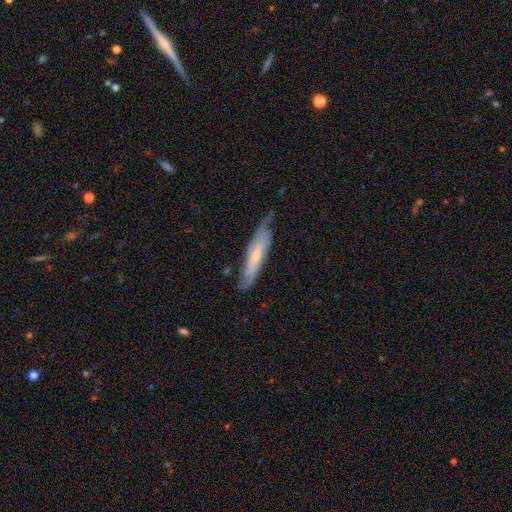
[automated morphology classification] A featured or disk galaxy (55%) with not edge-on (50%, tied with yes). Merging: none (62%).